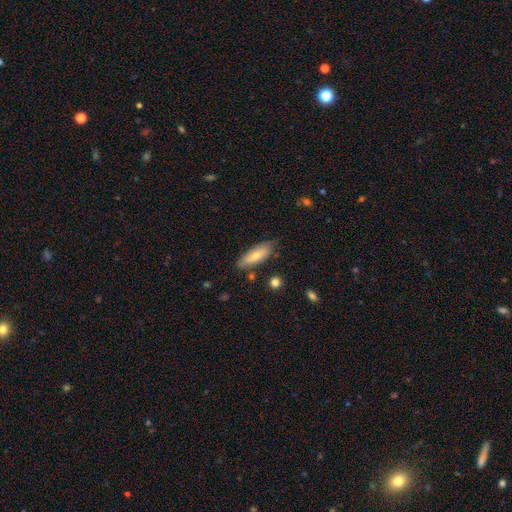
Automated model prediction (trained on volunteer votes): Smooth or featured: smooth — 68% (featured or disk — 25%)
How rounded: in between — 64% (cigar-shaped — 34%)
Merging: none — 75% (minor disturbance — 19%)